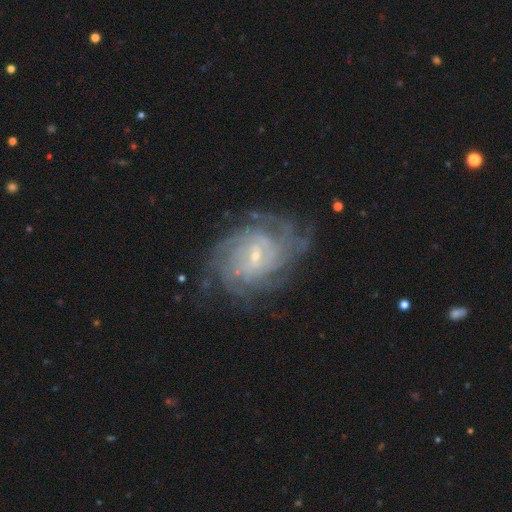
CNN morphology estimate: featured or disk 88%, star or artifact 6%, smooth 6%. Down the decision tree: edge-on disk — no (97%); bar — weak (49%); spiral arms — yes (96%); spiral arm count — can't tell (32%); spiral winding — tight (69%); bulge size — small (79%); merging — none (74%).